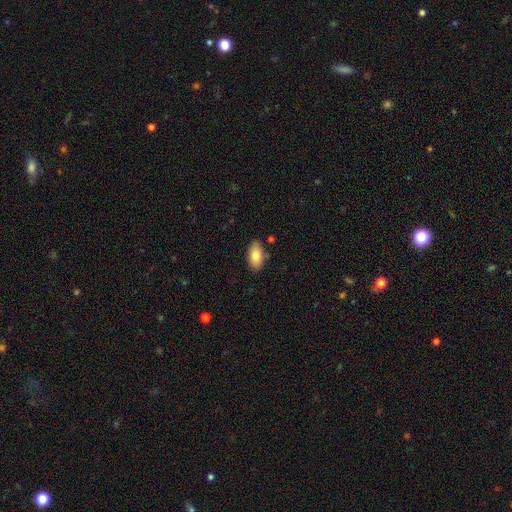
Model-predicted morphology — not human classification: This is clearly a smooth galaxy (82%). How rounded: clearly in between (93%). Merging: clearly none (84%).